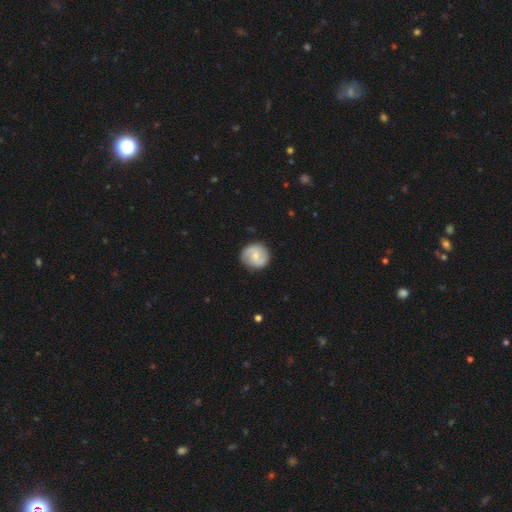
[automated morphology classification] Smooth or featured? featured or disk (56%)
Edge-on disk? no (98%)
Bar? weak (49%)
Spiral arms? yes (88%)
Bulge size? small (55%)
Merging? none (86%)